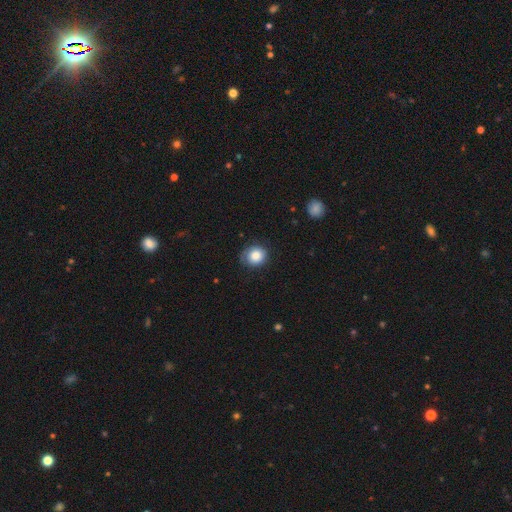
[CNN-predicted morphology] Smooth or featured?
  - smooth: 83% *
  - featured or disk: 9%
  - star or artifact: 8%
How rounded?
  - round: 82% *
  - in between: 17%
  - cigar-shaped: 1%
Merging?
  - none: 72% *
  - minor disturbance: 21%
  - major disturbance: 6%
  - merger: 1%